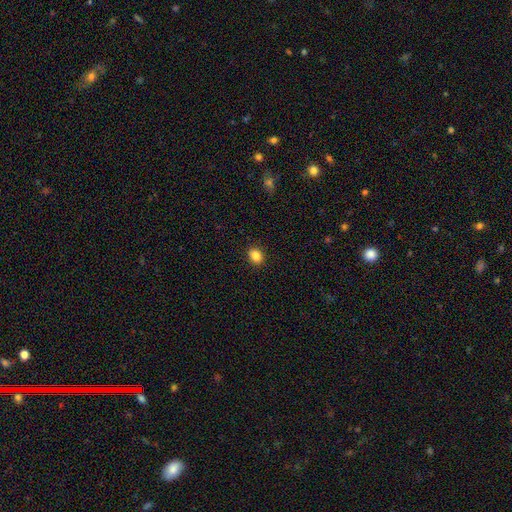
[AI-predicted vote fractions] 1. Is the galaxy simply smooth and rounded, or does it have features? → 85% smooth, 10% star or artifact, 5% featured or disk.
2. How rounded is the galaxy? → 57% in between, 42% round, 1% cigar-shaped.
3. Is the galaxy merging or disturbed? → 90% none, 7% minor disturbance, 2% major disturbance, 1% merger.